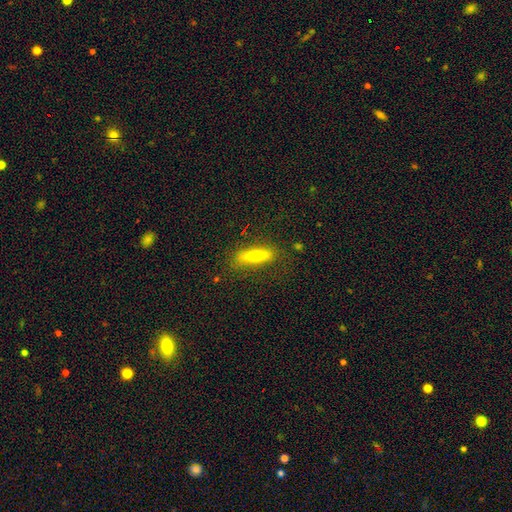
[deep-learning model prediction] Morphology: type=smooth (55%); roundness=cigar-shaped (64%); merging=none (82%).